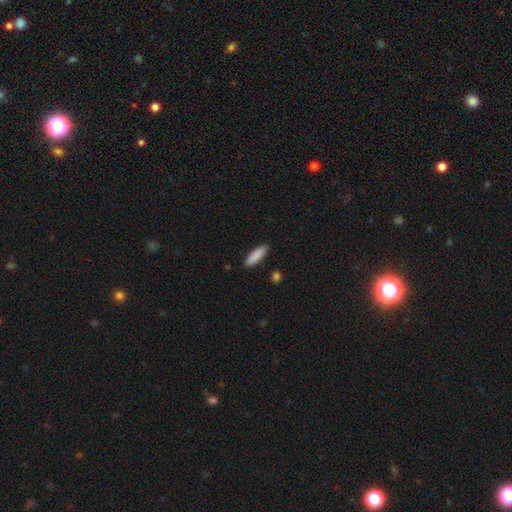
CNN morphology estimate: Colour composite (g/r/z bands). It shows a smooth galaxy with no disk features (88%) that is cigar-shaped (57%). Merging: none (88%).